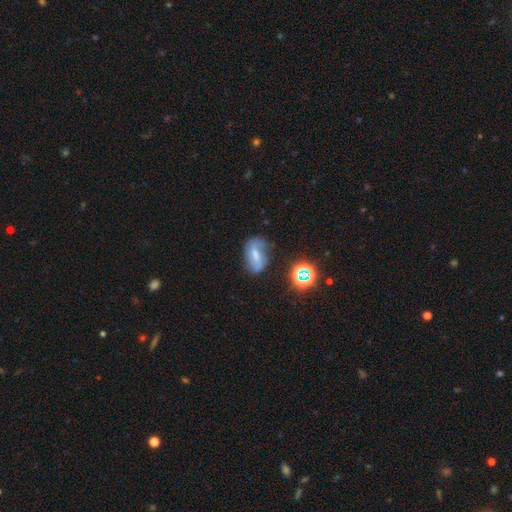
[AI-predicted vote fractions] A smooth galaxy with no disk features (45%). Merging: none (55%).